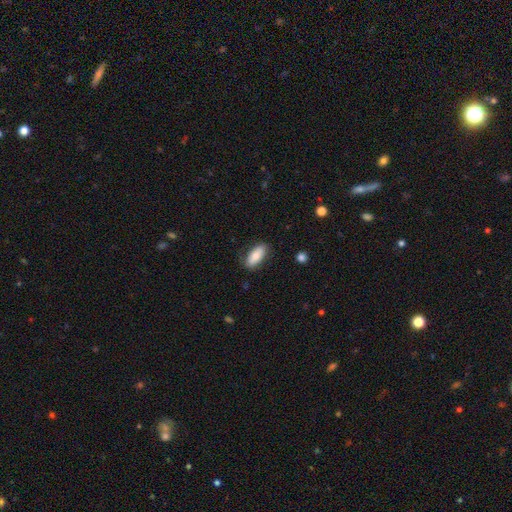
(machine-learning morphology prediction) smooth_or_featured: smooth (p=0.80) [alt: featured or disk p=0.14]
how_rounded: in between (p=0.86) [alt: cigar-shaped p=0.12]
merging: none (p=0.80) [alt: minor disturbance p=0.15]